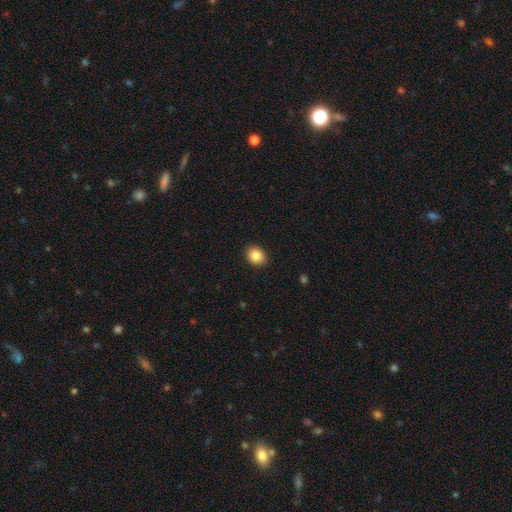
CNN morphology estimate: smooth 86%, star or artifact 9%, featured or disk 5%. Down the decision tree: how rounded — round (57%); merging — none (91%).